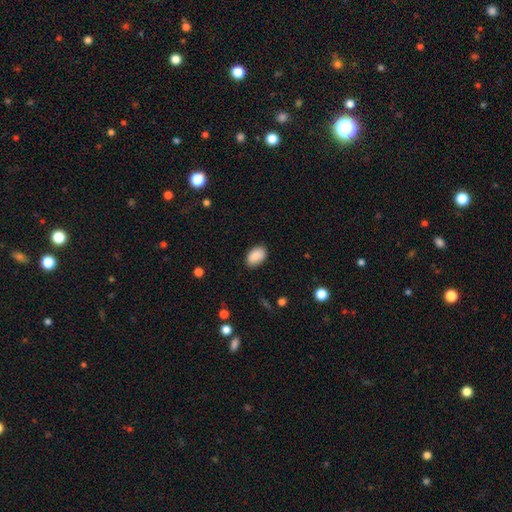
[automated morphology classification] type=smooth (89%); roundness=in between (91%); merging=none (86%).